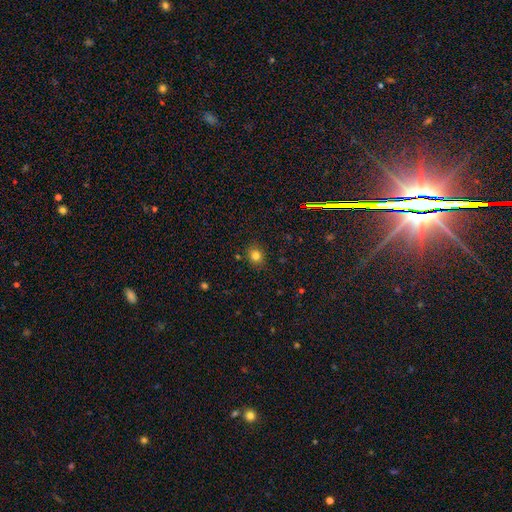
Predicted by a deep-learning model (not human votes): Smooth or featured: smooth — 79% (star or artifact — 14%)
How rounded: round — 74% (in between — 25%)
Merging: none — 85% (minor disturbance — 10%)